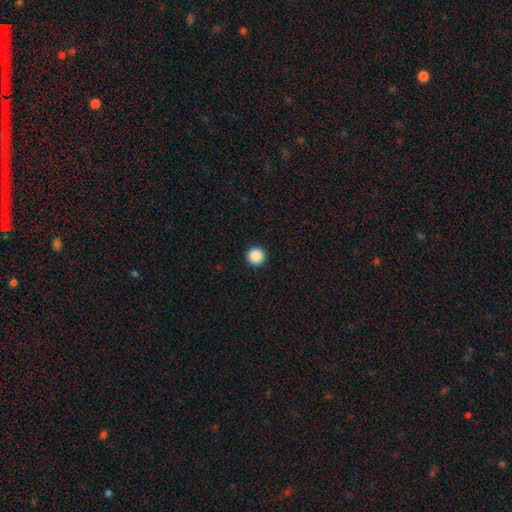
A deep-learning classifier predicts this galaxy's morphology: smooth 88%, star or artifact 9%, featured or disk 2%. Down the decision tree: how rounded — round (97%); merging — none (94%).